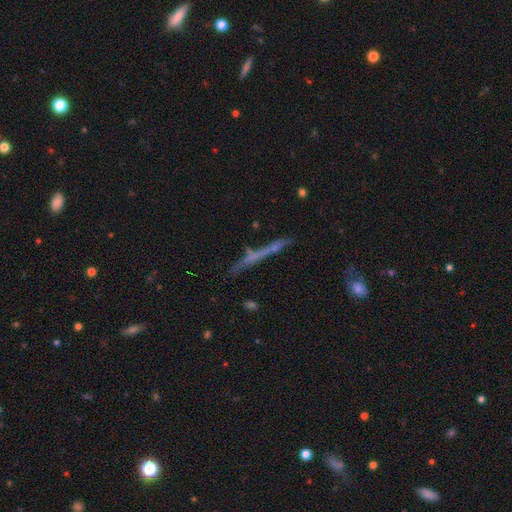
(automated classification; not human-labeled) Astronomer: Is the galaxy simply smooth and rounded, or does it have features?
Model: featured or disk — 51% (runner-up: smooth, 37%).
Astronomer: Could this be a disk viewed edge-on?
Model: yes — 90%.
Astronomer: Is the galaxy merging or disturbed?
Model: none — 73%.